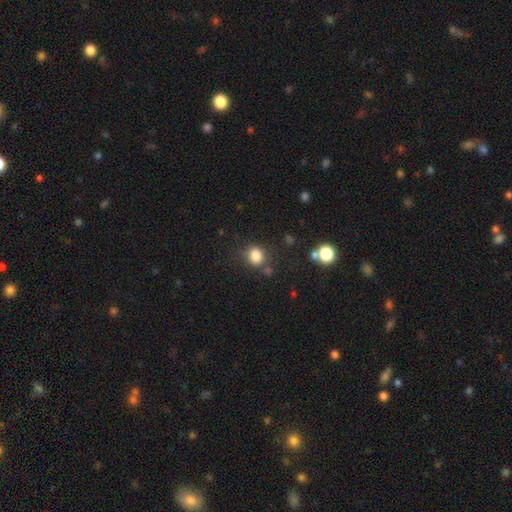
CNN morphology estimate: type=smooth (83%); roundness=round (70%); merging=none (72%).